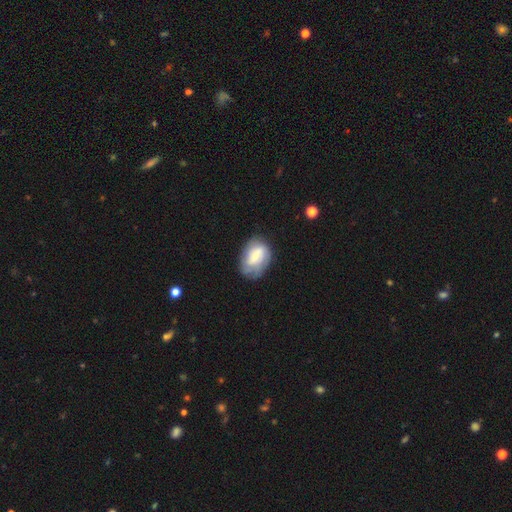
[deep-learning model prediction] smooth-or-featured: featured or disk: 49% | smooth: 44% | star or artifact: 7%
  merging: none: 60% | minor disturbance: 27% | major disturbance: 12% | merger: 2%